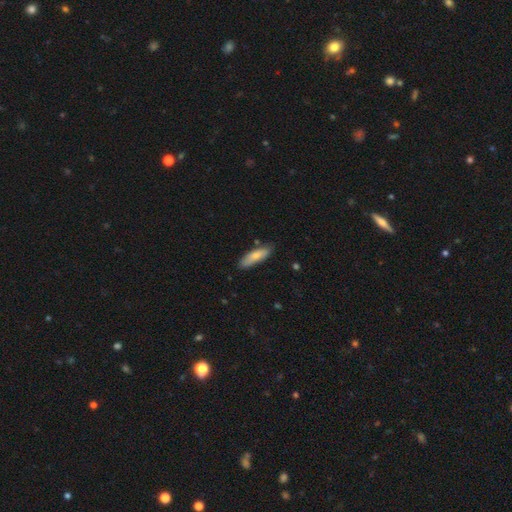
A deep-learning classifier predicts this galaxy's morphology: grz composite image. It shows a smooth galaxy with no disk features (76%) that is cigar-shaped (52%). Merging: none (79%).